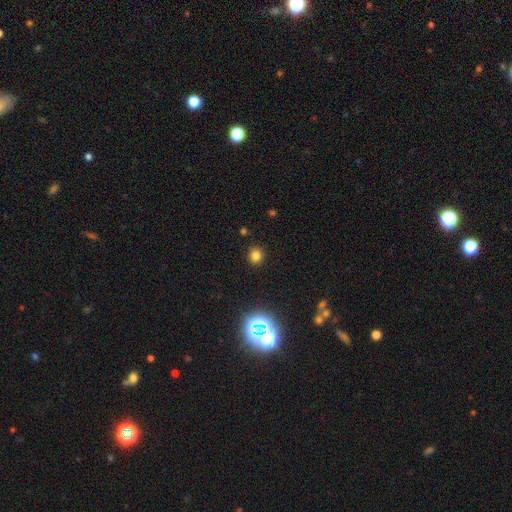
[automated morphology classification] smooth_or_featured: smooth (p=0.76) [alt: star or artifact p=0.18]
how_rounded: round (p=0.84) [alt: in between p=0.15]
merging: none (p=0.90) [alt: minor disturbance p=0.06]